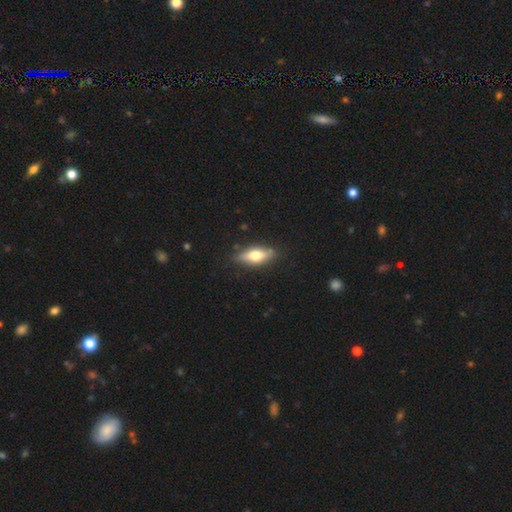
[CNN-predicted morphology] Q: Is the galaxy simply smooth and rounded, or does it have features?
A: smooth — 54%.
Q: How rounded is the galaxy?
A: in between — 62%.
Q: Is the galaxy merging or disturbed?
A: none — 85%.